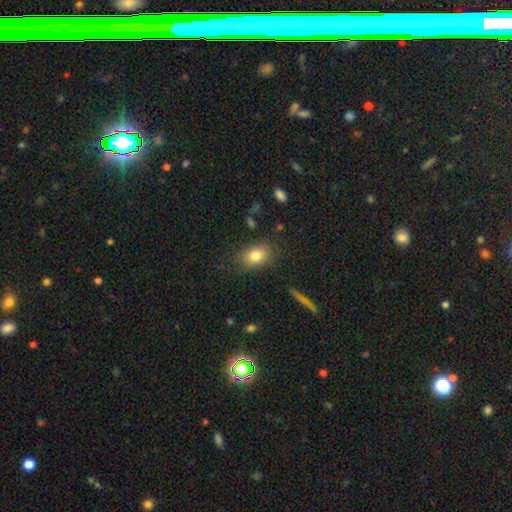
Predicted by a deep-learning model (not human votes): A smooth galaxy with no disk features (81%) that is in between round and cigar-shaped (75%).

Vote fractions:
- Smooth or featured? smooth: 81% / featured or disk: 10% / star or artifact: 9%
- How rounded? in between: 75% / round: 23% / cigar-shaped: 2%
- Merging? none: 82% / minor disturbance: 12% / major disturbance: 4% / merger: 2%